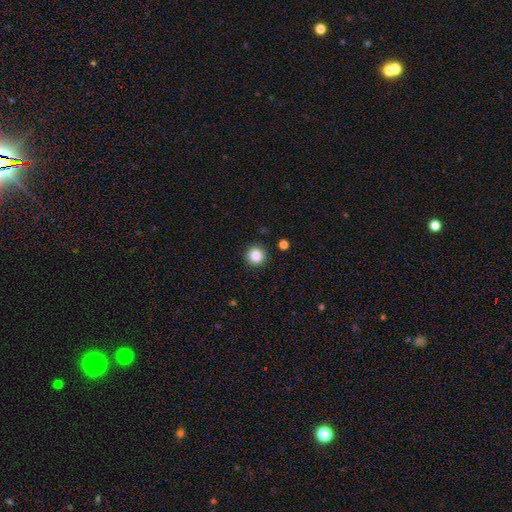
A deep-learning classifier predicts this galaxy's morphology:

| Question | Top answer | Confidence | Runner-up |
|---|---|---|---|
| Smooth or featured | smooth | 87% | star or artifact (10%) |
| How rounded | round | 95% | in between (4%) |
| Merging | none | 90% | minor disturbance (6%) |